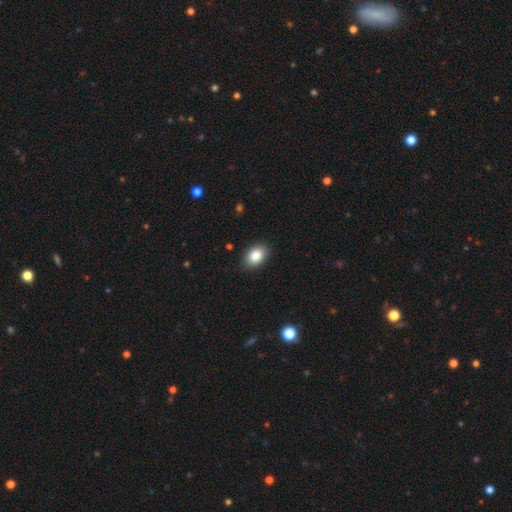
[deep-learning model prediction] Smooth or featured?
  - smooth: 86% *
  - star or artifact: 7%
  - featured or disk: 6%
How rounded?
  - in between: 84% *
  - round: 15%
  - cigar-shaped: 1%
Merging?
  - none: 88% *
  - minor disturbance: 9%
  - major disturbance: 2%
  - merger: 1%